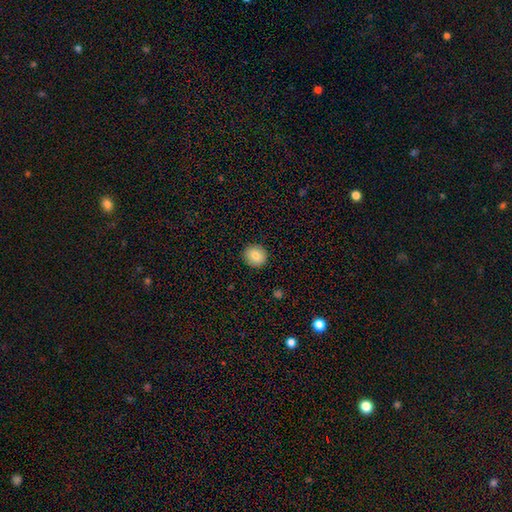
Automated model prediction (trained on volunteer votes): This is clearly a smooth galaxy (84%). How rounded: clearly round (88%). Merging: clearly none (91%).